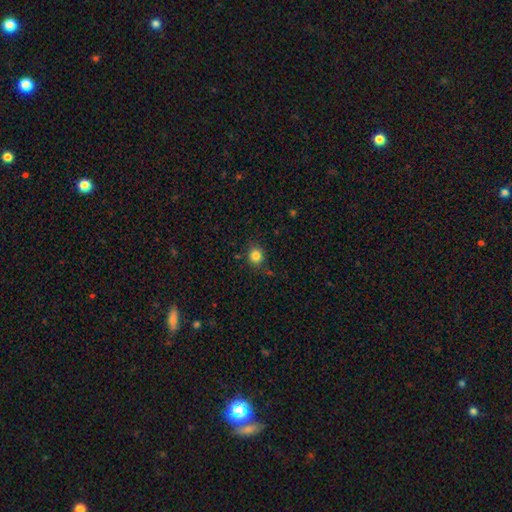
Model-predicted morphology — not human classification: Smooth or featured?
  - smooth: 83% *
  - star or artifact: 12%
  - featured or disk: 5%
How rounded?
  - round: 81% *
  - in between: 18%
  - cigar-shaped: 1%
Merging?
  - none: 81% *
  - minor disturbance: 13%
  - major disturbance: 3%
  - merger: 2%